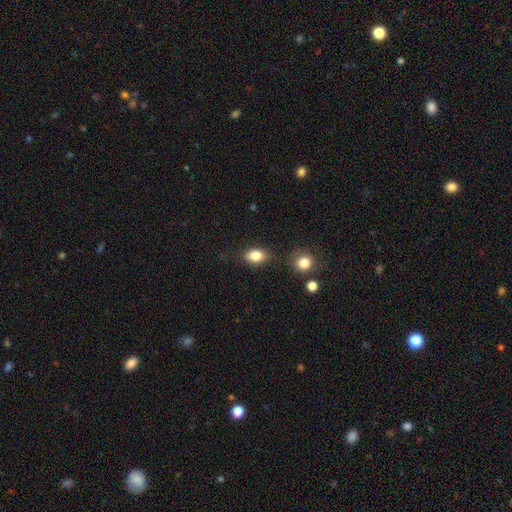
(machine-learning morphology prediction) A smooth galaxy with no disk features (83%) that is in between round and cigar-shaped (78%).

Vote fractions:
- Smooth or featured? smooth: 83% / star or artifact: 9% / featured or disk: 7%
- How rounded? in between: 78% / round: 21% / cigar-shaped: 2%
- Merging? none: 81% / minor disturbance: 12% / merger: 4% / major disturbance: 3%